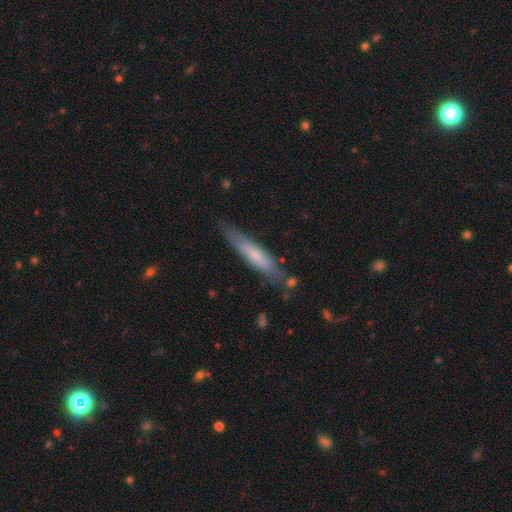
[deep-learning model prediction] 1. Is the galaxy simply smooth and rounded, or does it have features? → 60% smooth, 34% featured or disk, 6% star or artifact.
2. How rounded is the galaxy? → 85% cigar-shaped, 14% in between, 1% round.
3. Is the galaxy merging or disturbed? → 75% none, 18% minor disturbance, 4% major disturbance, 3% merger.